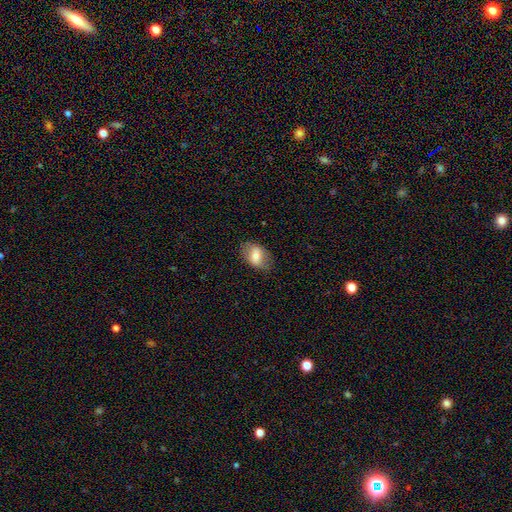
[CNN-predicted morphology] type=smooth (69%); roundness=in between (84%); merging=none (77%).